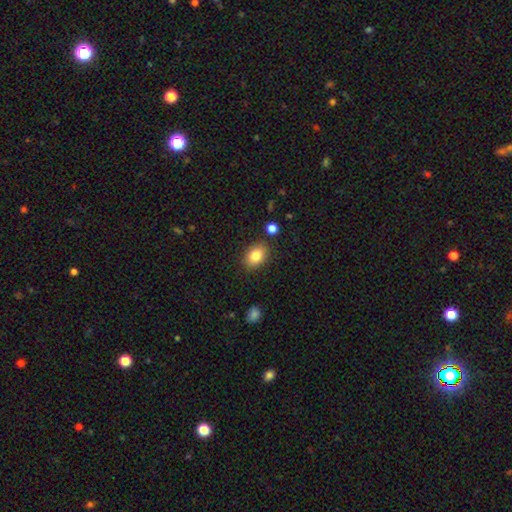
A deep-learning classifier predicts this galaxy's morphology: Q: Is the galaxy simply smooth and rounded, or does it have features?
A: smooth — 83%.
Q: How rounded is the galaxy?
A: in between — 75%.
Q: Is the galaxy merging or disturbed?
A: none — 85%.